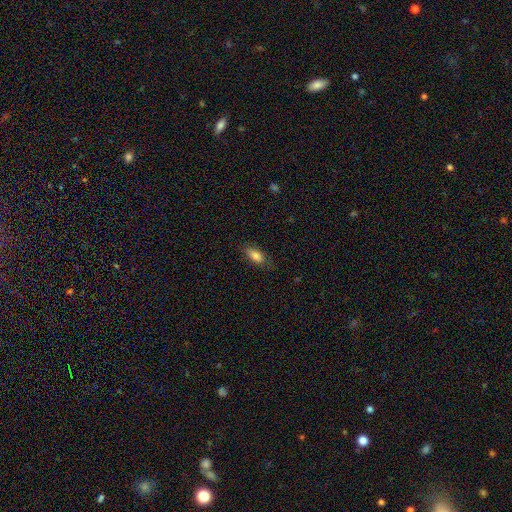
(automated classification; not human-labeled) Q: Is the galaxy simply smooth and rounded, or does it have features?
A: smooth — 82%.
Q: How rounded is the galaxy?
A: in between — 84%.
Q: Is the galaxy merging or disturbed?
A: none — 80%.